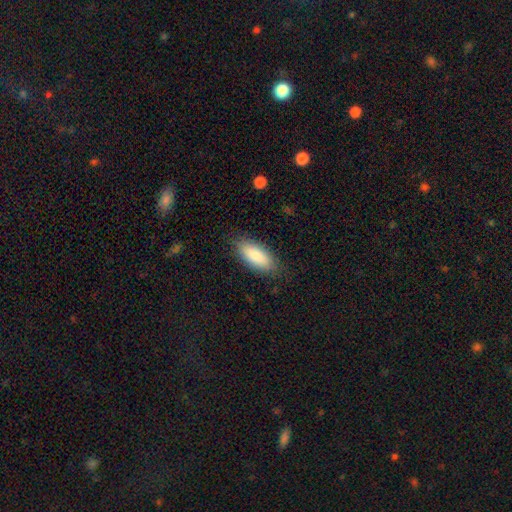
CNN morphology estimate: smooth-or-featured: smooth: 87% | featured or disk: 7% | star or artifact: 6%
  how-rounded: in between: 83% | cigar-shaped: 15% | round: 2%
  merging: none: 85% | minor disturbance: 11% | major disturbance: 3% | merger: 1%